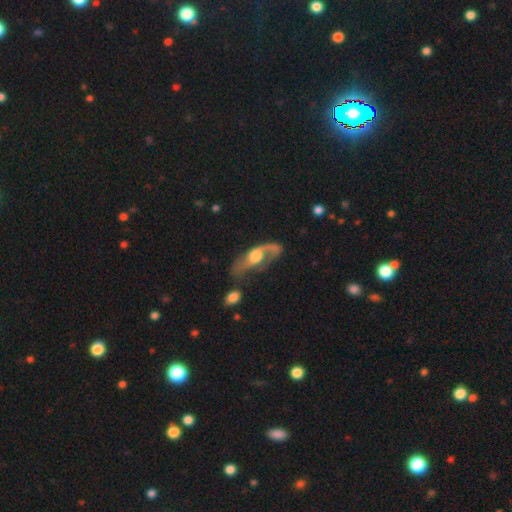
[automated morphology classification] Smooth or featured? featured or disk (78%)
Edge-on disk? no (84%)
Bar? no (62%)
Spiral arms? yes (87%)
Spiral winding? loose (67%)
Spiral arm count? 2 (75%)
Bulge size? moderate (51%)
Merging? none (41%)